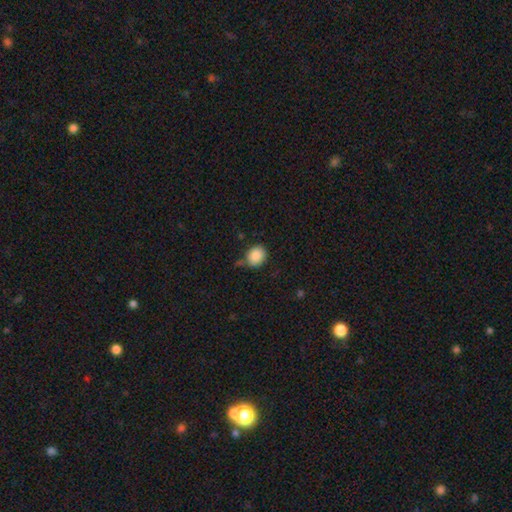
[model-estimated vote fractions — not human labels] Smooth or featured: smooth — 88% (star or artifact — 8%)
How rounded: round — 65% (in between — 34%)
Merging: none — 71% (minor disturbance — 18%)